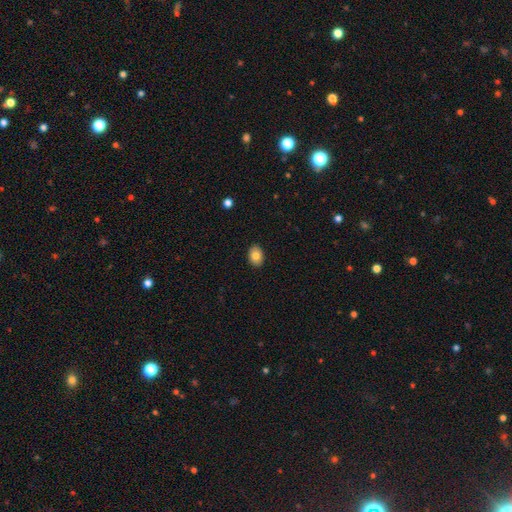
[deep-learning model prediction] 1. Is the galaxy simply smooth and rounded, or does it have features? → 80% smooth, 12% featured or disk, 8% star or artifact.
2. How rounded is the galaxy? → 76% in between, 23% round, 1% cigar-shaped.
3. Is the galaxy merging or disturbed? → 89% none, 8% minor disturbance, 2% major disturbance, 1% merger.